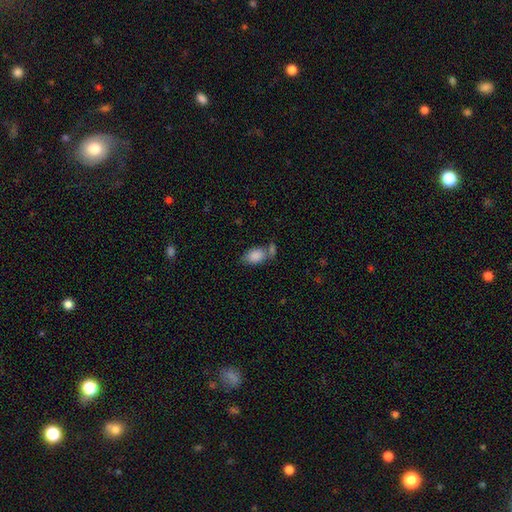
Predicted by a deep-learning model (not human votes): smooth-or-featured: smooth: 86% | star or artifact: 7% | featured or disk: 7%
  how-rounded: in between: 89% | round: 9% | cigar-shaped: 2%
  merging: none: 46% | merger: 31% | minor disturbance: 16% | major disturbance: 6%